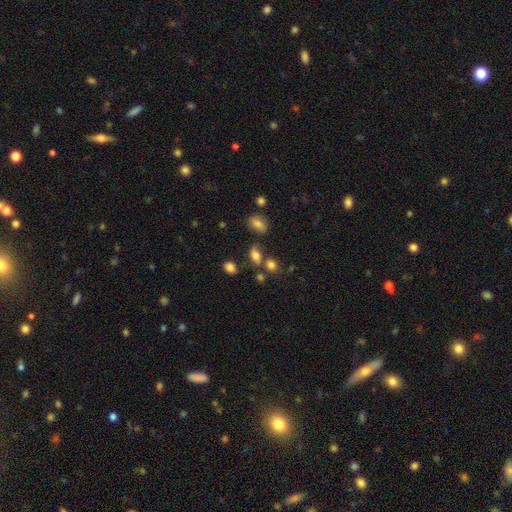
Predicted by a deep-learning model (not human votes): A smooth galaxy with no disk features (77%) that is in between round and cigar-shaped (74%).

Vote fractions:
- Smooth or featured? smooth: 77% / star or artifact: 13% / featured or disk: 10%
- How rounded? in between: 74% / round: 21% / cigar-shaped: 5%
- Merging? none: 63% / minor disturbance: 16% / merger: 16% / major disturbance: 6%